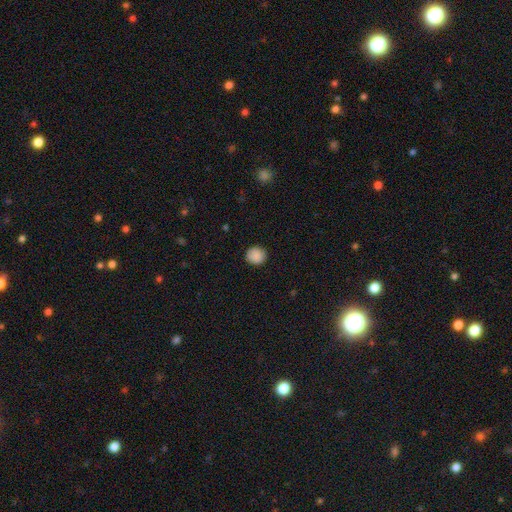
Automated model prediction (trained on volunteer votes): Morphology: type=smooth (88%); roundness=round (89%); merging=none (89%).